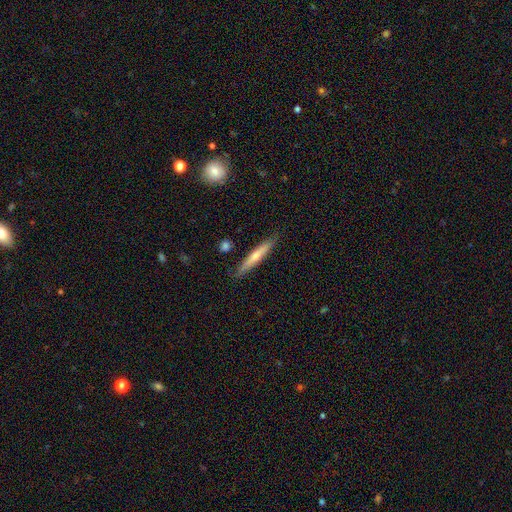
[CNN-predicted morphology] Overall: smooth (55%; featured or disk 39%). How rounded: cigar-shaped (93%). Merging: none (85%).